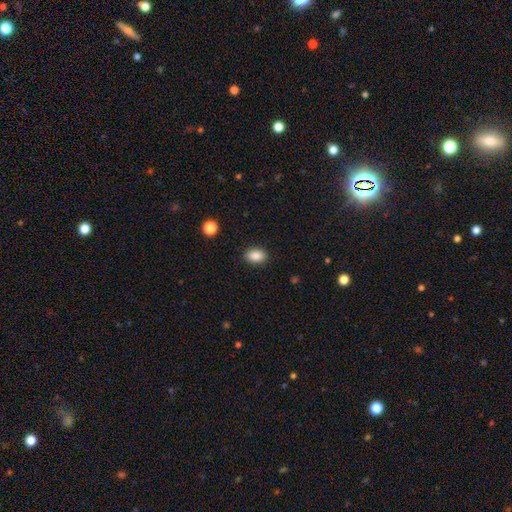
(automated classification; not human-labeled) smooth_or_featured: smooth (p=0.88) [alt: star or artifact p=0.09]
how_rounded: in between (p=0.79) [alt: round p=0.20]
merging: none (p=0.88) [alt: minor disturbance p=0.08]